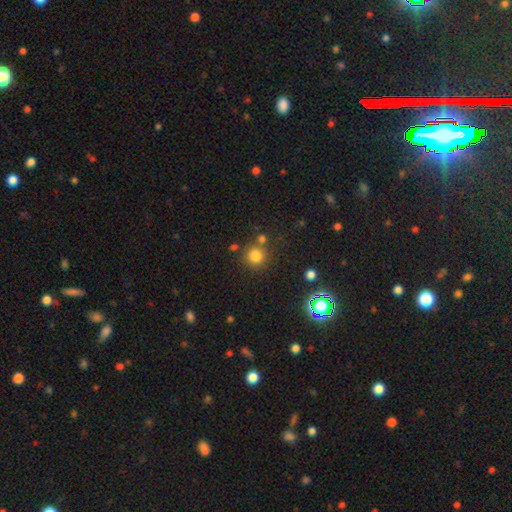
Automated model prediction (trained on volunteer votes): Morphology: type=smooth (79%); roundness=round (93%); merging=none (77%).